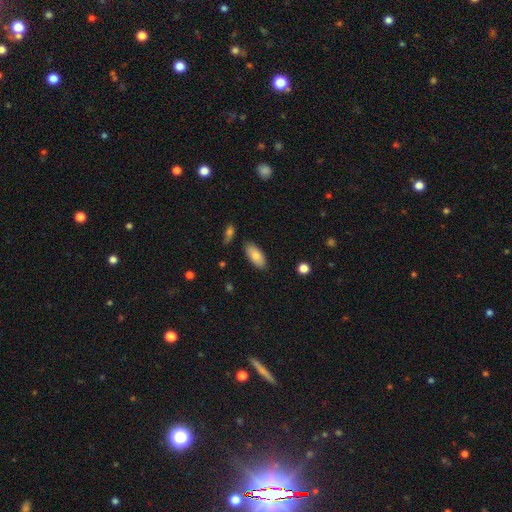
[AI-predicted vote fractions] Overall: smooth (81%). How rounded: in between (89%). Merging: none (84%).